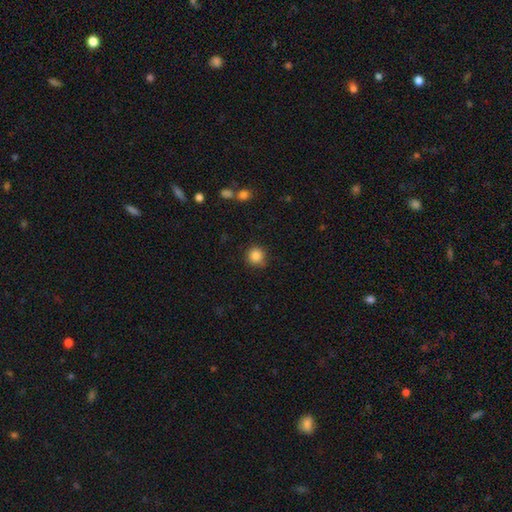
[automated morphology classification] A smooth galaxy with no disk features (86%) that is round (94%). Merging: none (83%).